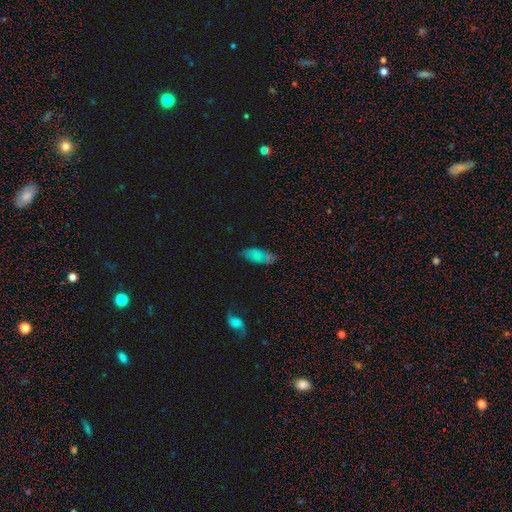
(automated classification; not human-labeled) Smooth or featured? Predicted: smooth (p=0.67). How rounded? Predicted: in between (p=0.88). Merging? Predicted: none (p=0.57).